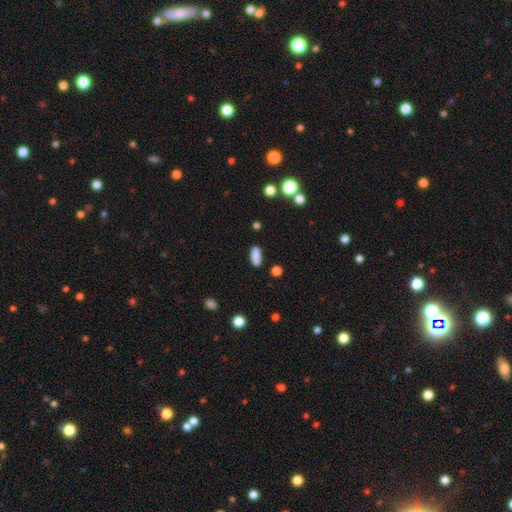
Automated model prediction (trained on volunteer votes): Q: Smooth or featured?
A: smooth (85%); runner-up: star or artifact (9%)
Q: How rounded?
A: in between (75%); runner-up: cigar-shaped (22%)
Q: Merging?
A: none (76%); runner-up: minor disturbance (16%)